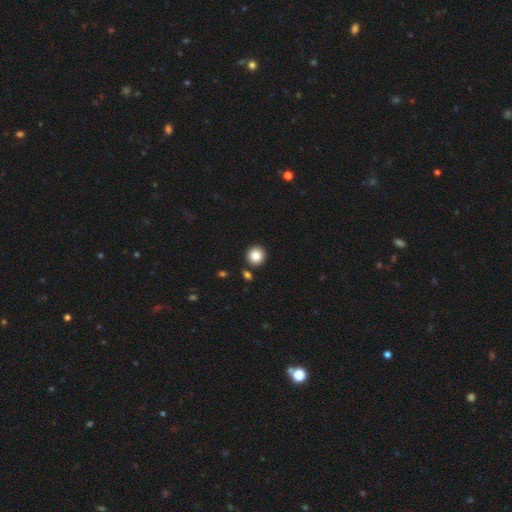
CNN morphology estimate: smooth-or-featured: smooth: 85% | star or artifact: 10% | featured or disk: 5%
  how-rounded: round: 93% | in between: 6% | cigar-shaped: 1%
  merging: none: 89% | minor disturbance: 5% | merger: 4% | major disturbance: 2%